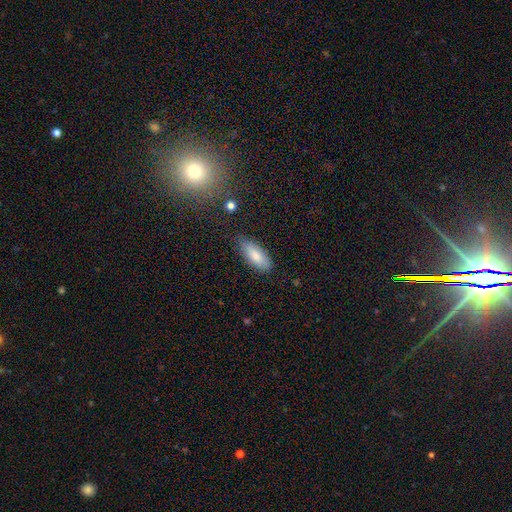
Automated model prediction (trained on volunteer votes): Smooth or featured: smooth — 82% (featured or disk — 12%)
How rounded: in between — 80% (cigar-shaped — 19%)
Merging: none — 76% (minor disturbance — 19%)